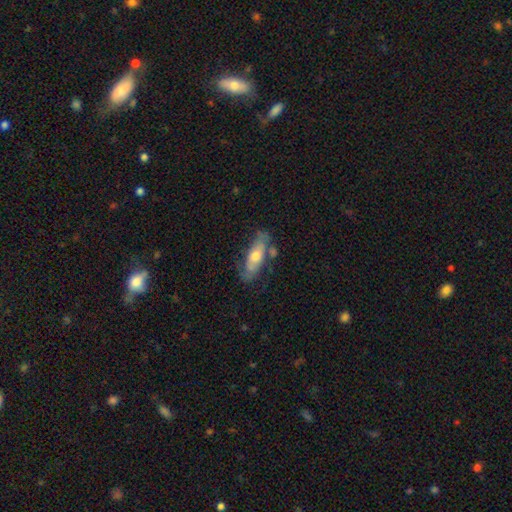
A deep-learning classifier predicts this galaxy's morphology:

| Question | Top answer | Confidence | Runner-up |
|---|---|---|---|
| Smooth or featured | smooth | 49% | featured or disk (45%) |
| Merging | none | 58% | minor disturbance (23%) |